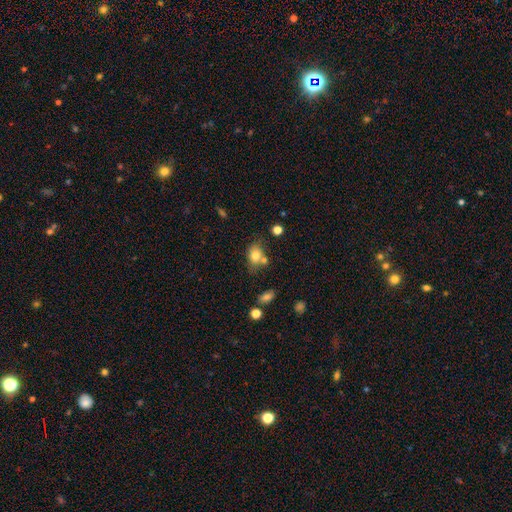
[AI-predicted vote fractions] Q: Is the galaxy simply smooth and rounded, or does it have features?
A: smooth — 78%.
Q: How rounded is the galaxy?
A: in between — 68%.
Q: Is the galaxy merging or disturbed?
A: none — 58%.